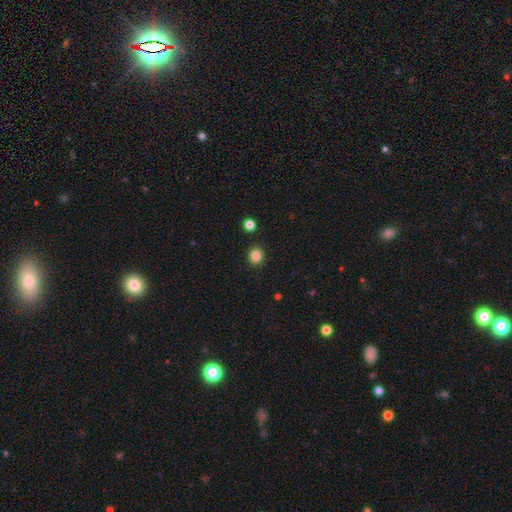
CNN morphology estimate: The model was most divided on "how rounded": round: 81%, in between: 18%, cigar-shaped: 1%. More confident: merging — none (91%); smooth or featured — smooth (85%).